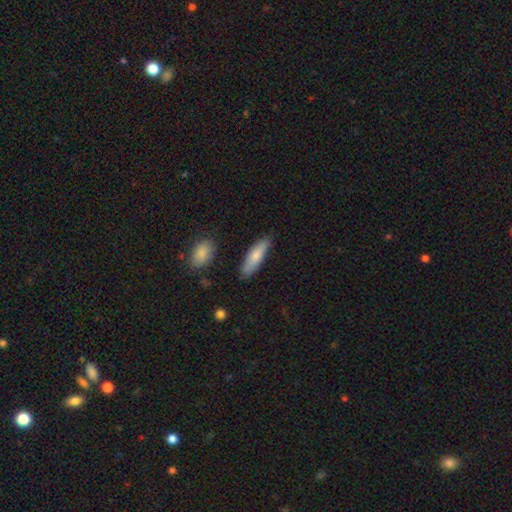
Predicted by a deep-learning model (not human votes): This appears to be a smooth galaxy with no disk features (76%) that is cigar-shaped (59%). Merging: none (80%).